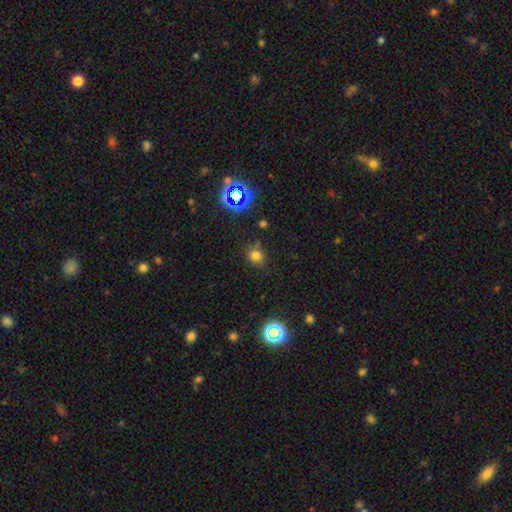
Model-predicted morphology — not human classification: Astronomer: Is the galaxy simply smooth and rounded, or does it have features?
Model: smooth — 72%.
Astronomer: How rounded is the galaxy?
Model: round — 71%.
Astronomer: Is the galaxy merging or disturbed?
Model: none — 76%.